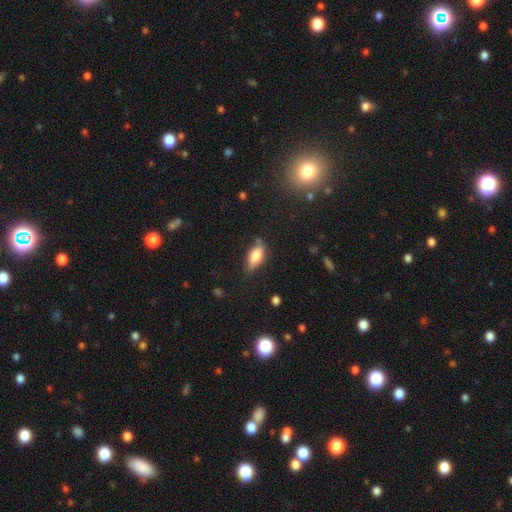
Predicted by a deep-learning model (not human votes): A smooth galaxy with no disk features (74%) that is in between round and cigar-shaped (80%). Merging: none (66%).